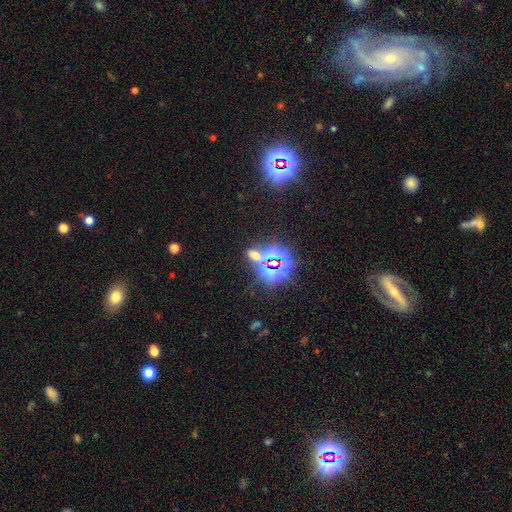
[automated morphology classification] Smooth or featured?
  - star or artifact: 62% *
  - smooth: 29%
  - featured or disk: 9%